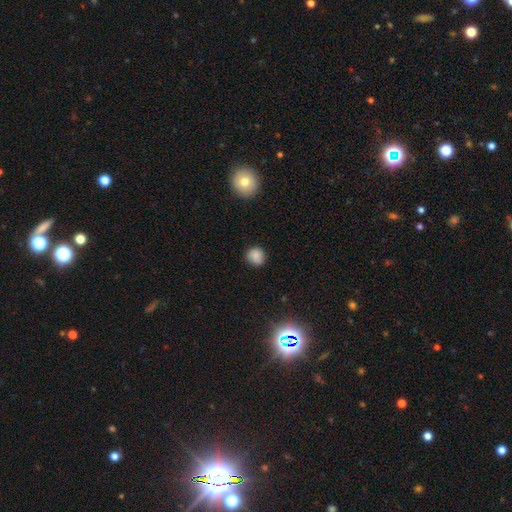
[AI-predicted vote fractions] Smooth or featured?
  - smooth: 83% *
  - star or artifact: 10%
  - featured or disk: 6%
How rounded?
  - round: 86% *
  - in between: 13%
  - cigar-shaped: 1%
Merging?
  - none: 82% *
  - minor disturbance: 13%
  - major disturbance: 3%
  - merger: 2%